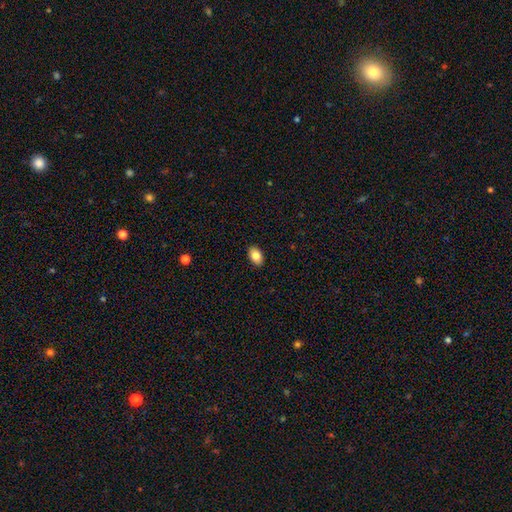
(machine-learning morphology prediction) Smooth or featured? Predicted: smooth (p=0.84). How rounded? Predicted: in between (p=0.91). Merging? Predicted: none (p=0.90).